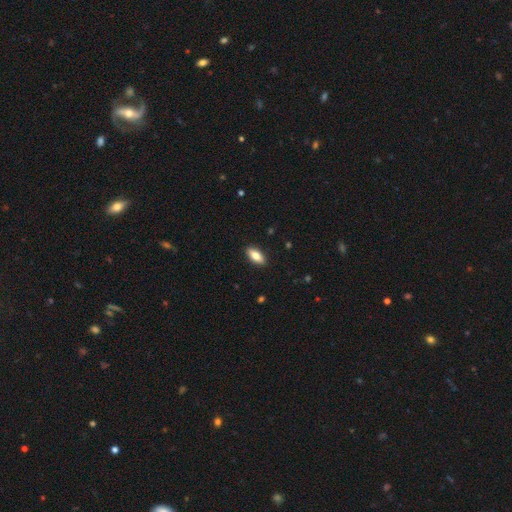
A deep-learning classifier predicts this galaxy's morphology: type=smooth (79%); roundness=in between (83%); merging=none (90%).